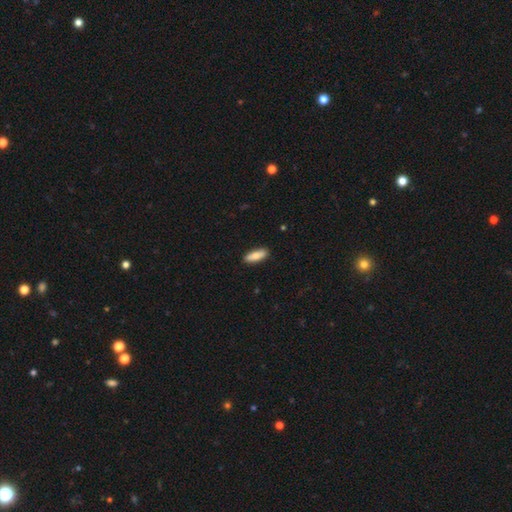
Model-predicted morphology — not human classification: Smooth or featured? smooth (77%)
How rounded? in between (59%)
Merging? none (87%)